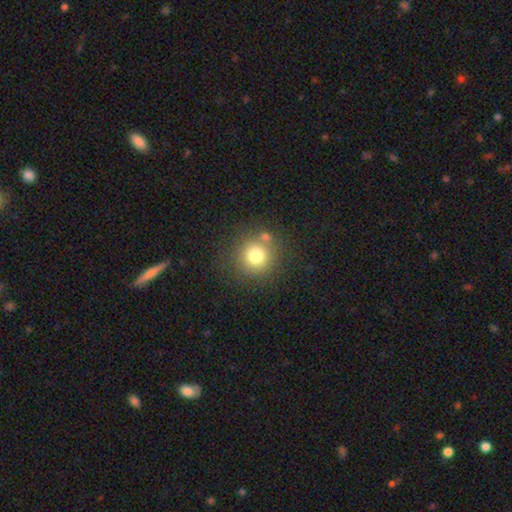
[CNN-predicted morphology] The model was most divided on "smooth or featured": smooth: 76%, star or artifact: 14%, featured or disk: 10%. More confident: how rounded — round (93%); merging — none (76%).